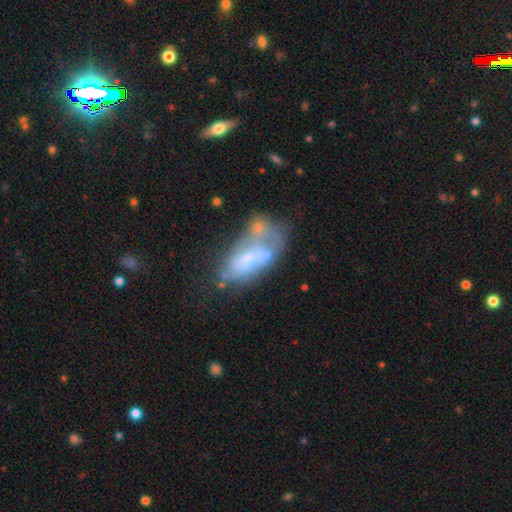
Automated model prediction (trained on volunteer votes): Overall: featured or disk (53%; smooth 37%). Edge-on disk: no (92%). Merging: merger (31%; none 25%).